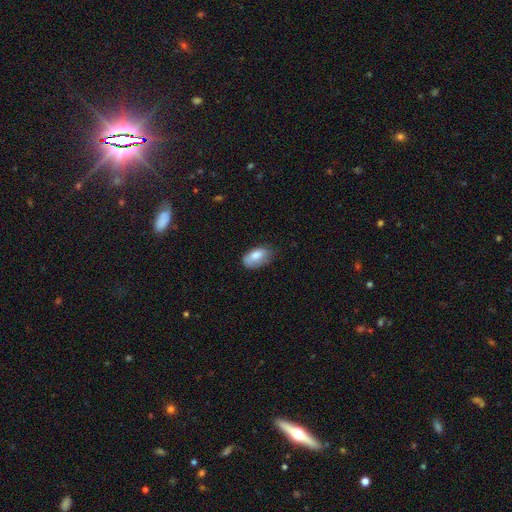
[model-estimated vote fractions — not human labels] smooth 80%, featured or disk 13%, star or artifact 7%. Down the decision tree: how rounded — in between (93%); merging — none (58%).